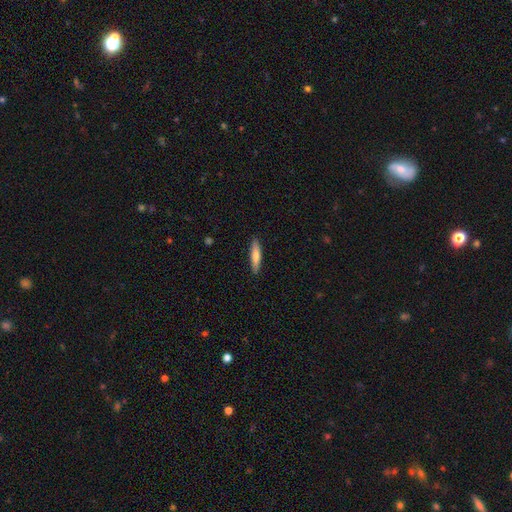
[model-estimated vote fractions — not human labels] smooth 72%, featured or disk 22%, star or artifact 5%. Down the decision tree: how rounded — cigar-shaped (83%); merging — none (90%).